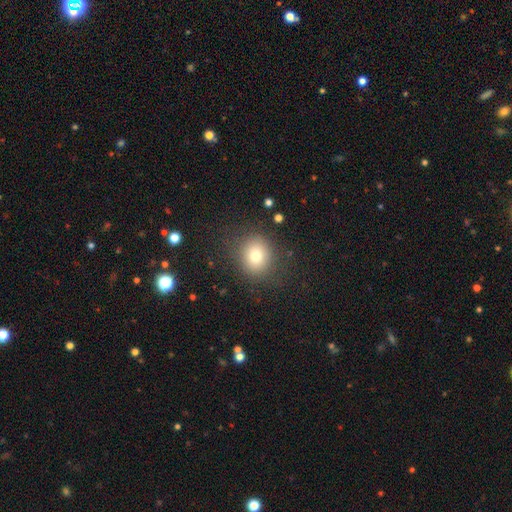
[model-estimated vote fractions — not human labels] Q: Smooth or featured?
A: smooth (76%); runner-up: star or artifact (13%)
Q: How rounded?
A: round (79%); runner-up: in between (20%)
Q: Merging?
A: none (83%); runner-up: minor disturbance (10%)